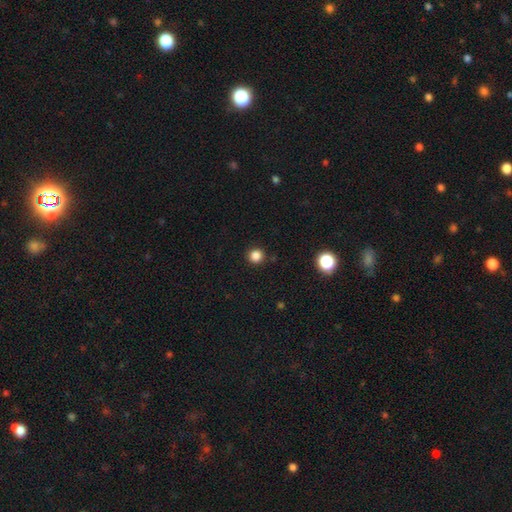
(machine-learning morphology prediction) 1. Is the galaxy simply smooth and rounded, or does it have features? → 84% smooth, 13% star or artifact, 3% featured or disk.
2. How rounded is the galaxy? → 95% round, 4% in between, 1% cigar-shaped.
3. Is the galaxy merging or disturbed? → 91% none, 6% minor disturbance, 2% major disturbance, 2% merger.